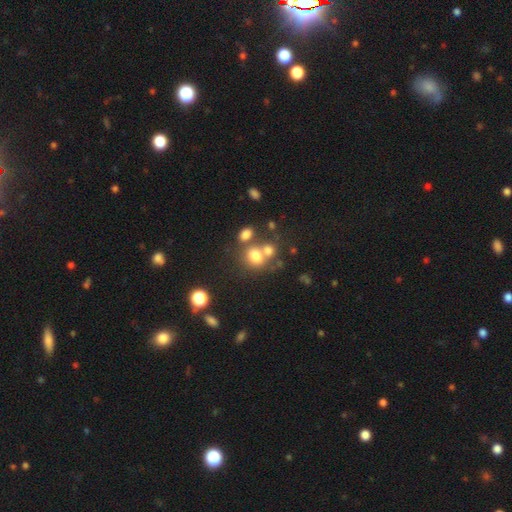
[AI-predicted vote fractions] Morphology: type=smooth (72%); roundness=round (68%); merging=none (45%).